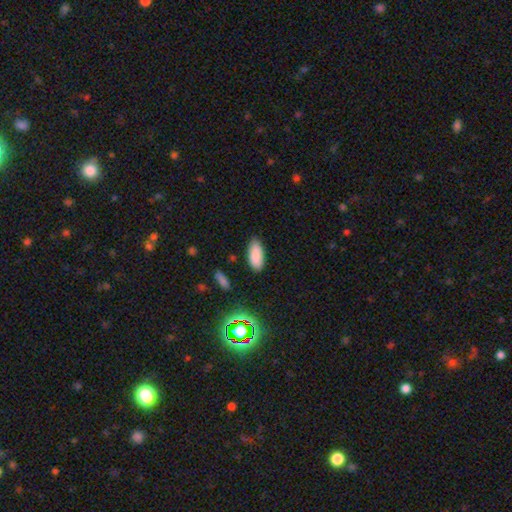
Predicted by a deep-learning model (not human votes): Smooth or featured?
  - smooth: 86% *
  - star or artifact: 9%
  - featured or disk: 5%
How rounded?
  - in between: 86% *
  - cigar-shaped: 12%
  - round: 2%
Merging?
  - none: 85% *
  - minor disturbance: 11%
  - major disturbance: 2%
  - merger: 2%